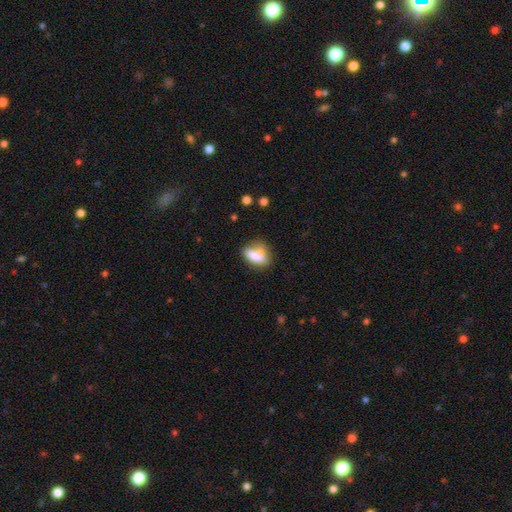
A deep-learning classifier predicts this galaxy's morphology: Smooth or featured? smooth (79%)
How rounded? in between (81%)
Merging? none (50%)